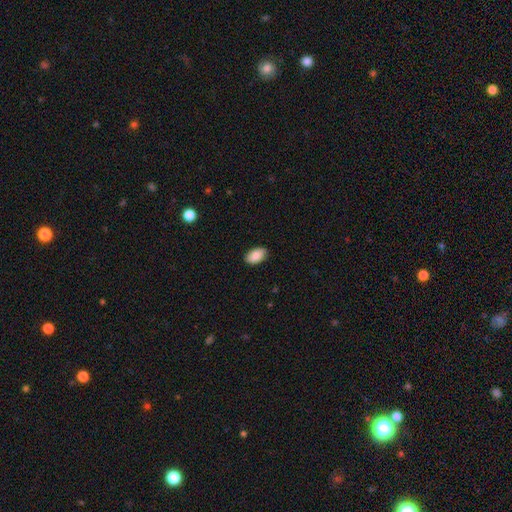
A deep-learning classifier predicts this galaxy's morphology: A smooth galaxy with no disk features (89%) that is in between round and cigar-shaped (94%).

Vote fractions:
- Smooth or featured? smooth: 89% / star or artifact: 6% / featured or disk: 5%
- How rounded? in between: 94% / round: 5% / cigar-shaped: 1%
- Merging? none: 87% / minor disturbance: 10% / major disturbance: 2% / merger: 1%